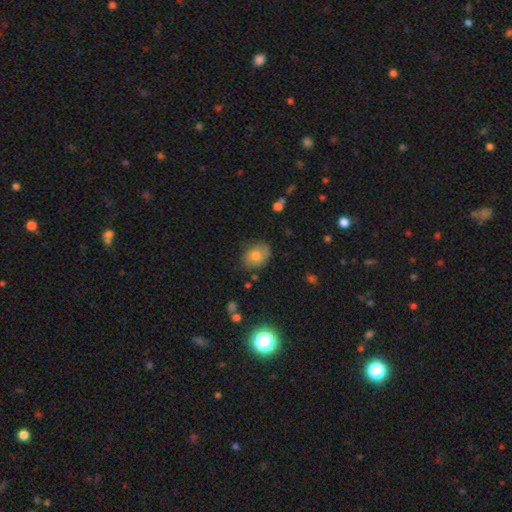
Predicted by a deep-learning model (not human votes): Morphology: type=smooth (70%); roundness=in between (65%); merging=none (72%).